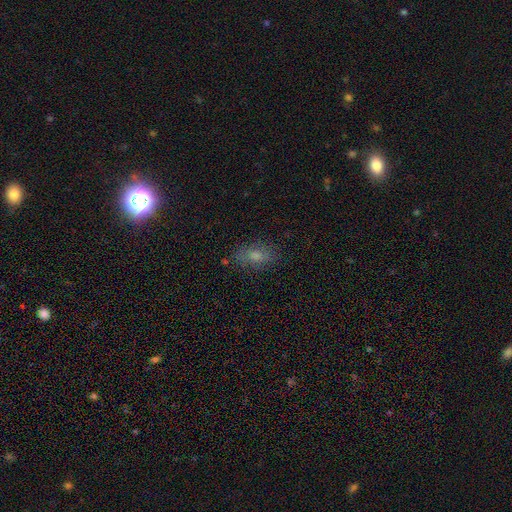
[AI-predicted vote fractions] Overall: smooth (65%). How rounded: in between (82%). Merging: none (77%).